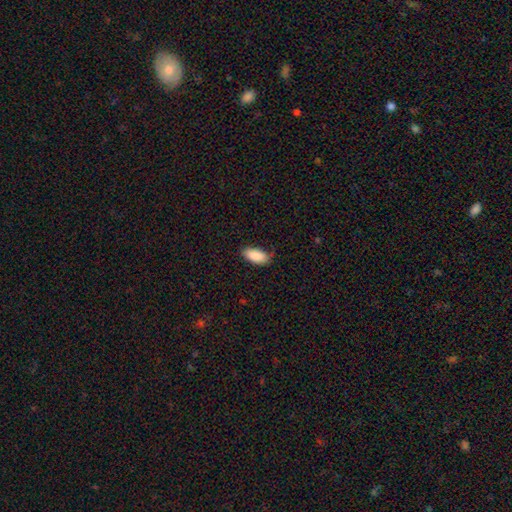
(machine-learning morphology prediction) Smooth or featured? Predicted: smooth (p=0.88). How rounded? Predicted: in between (p=0.90). Merging? Predicted: none (p=0.75).